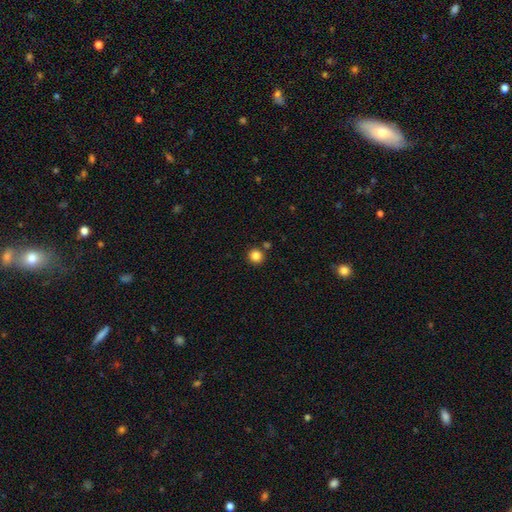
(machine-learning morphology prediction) Smooth or featured? Predicted: smooth (p=0.85). How rounded? Predicted: round (p=0.93). Merging? Predicted: none (p=0.85).